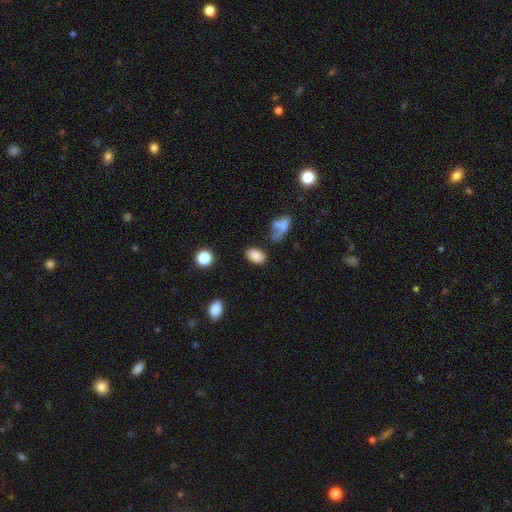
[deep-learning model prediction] A smooth galaxy with no disk features (84%) that is in between round and cigar-shaped (90%). Merging: none (75%).